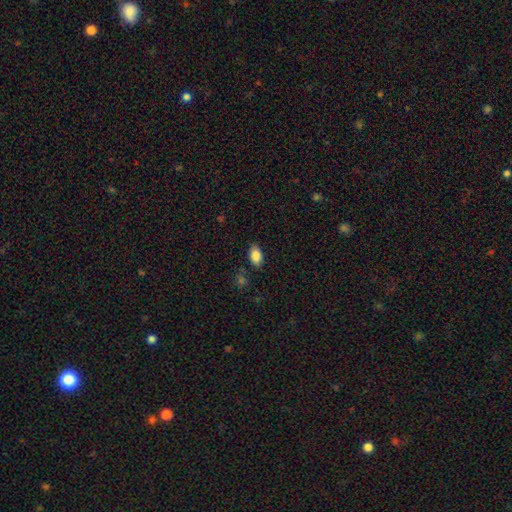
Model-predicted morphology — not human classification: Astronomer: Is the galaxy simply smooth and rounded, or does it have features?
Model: smooth — 86%.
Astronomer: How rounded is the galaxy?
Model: in between — 91%.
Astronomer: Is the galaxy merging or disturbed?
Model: none — 81%.